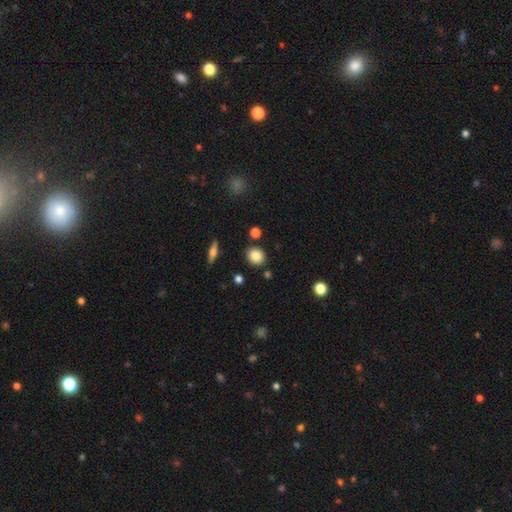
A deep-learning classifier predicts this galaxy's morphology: This is clearly a smooth galaxy (84%). How rounded: likely round (74%). Merging: clearly none (87%).